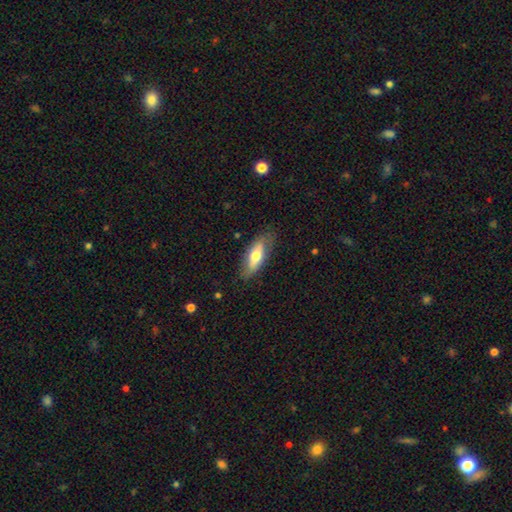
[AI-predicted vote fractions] smooth_or_featured: smooth (p=0.58) [alt: featured or disk p=0.36]
how_rounded: in between (p=0.70) [alt: cigar-shaped p=0.27]
merging: none (p=0.78) [alt: minor disturbance p=0.17]